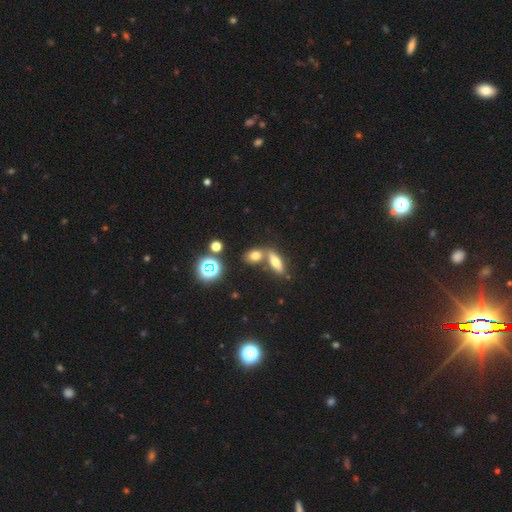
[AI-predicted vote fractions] Overall: smooth (67%). How rounded: in between (61%; round 30%). Merging: none (56%; merger 31%).